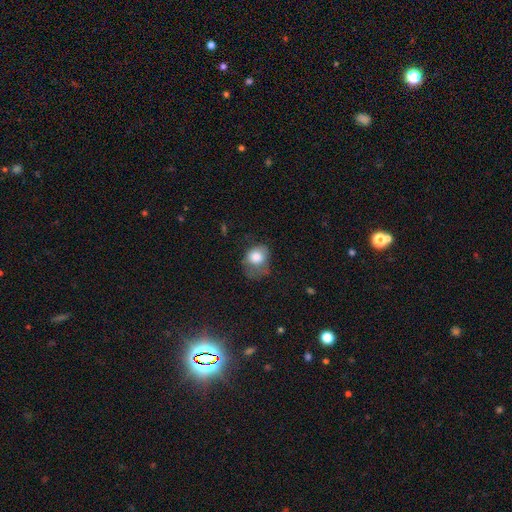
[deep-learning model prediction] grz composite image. It shows a smooth galaxy with no disk features (77%) that is in between round and cigar-shaped (50%). Merging: major disturbance (34%, tied with minor disturbance).